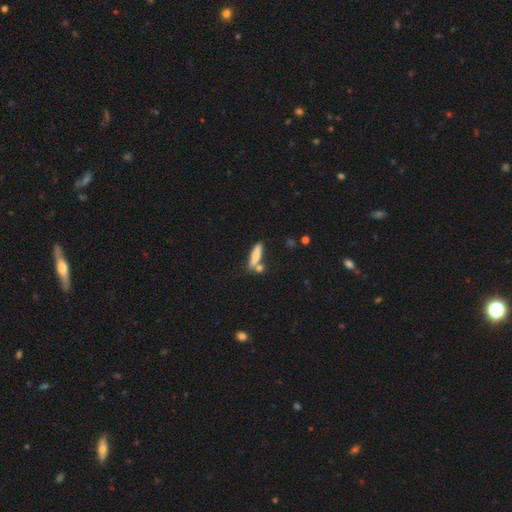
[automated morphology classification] A smooth galaxy with no disk features (71%) that is cigar-shaped (75%).

Vote fractions:
- Smooth or featured? smooth: 71% / featured or disk: 22% / star or artifact: 7%
- How rounded? cigar-shaped: 75% / in between: 22% / round: 3%
- Merging? none: 63% / merger: 20% / minor disturbance: 14% / major disturbance: 4%